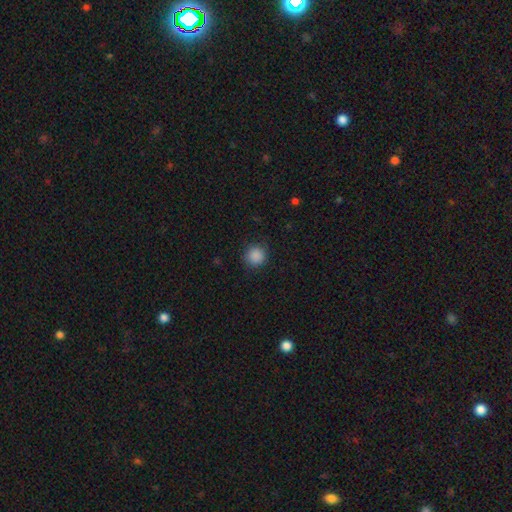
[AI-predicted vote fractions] A smooth galaxy with no disk features (87%) that is round (93%). Merging: none (88%).